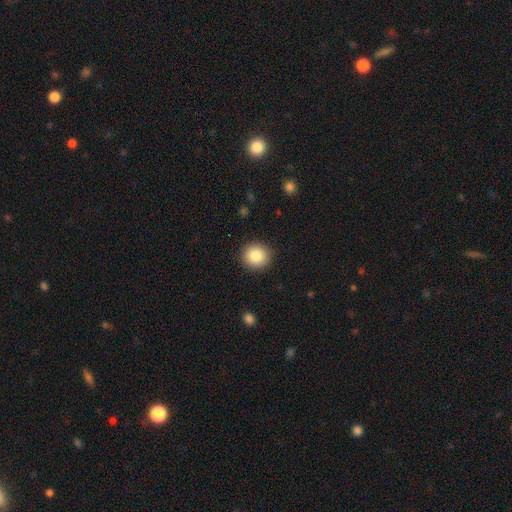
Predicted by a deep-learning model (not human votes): A smooth galaxy with no disk features (86%) that is round (91%).

Vote fractions:
- Smooth or featured? smooth: 86% / star or artifact: 9% / featured or disk: 5%
- How rounded? round: 91% / in between: 8% / cigar-shaped: 1%
- Merging? none: 91% / minor disturbance: 6% / major disturbance: 2% / merger: 1%